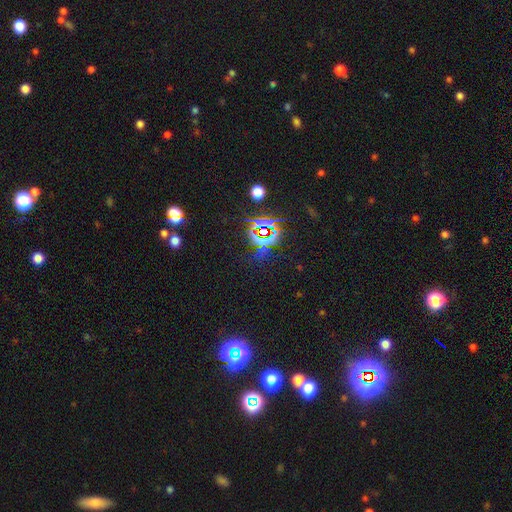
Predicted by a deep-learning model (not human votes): Smooth or featured? star or artifact (79%)